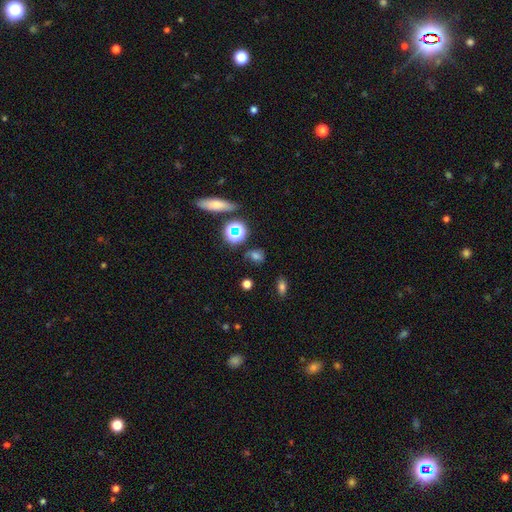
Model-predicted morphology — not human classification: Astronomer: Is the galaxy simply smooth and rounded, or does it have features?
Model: smooth — 56%.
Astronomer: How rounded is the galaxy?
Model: in between — 51% (runner-up: round, 46%).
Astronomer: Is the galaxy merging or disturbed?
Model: none — 69%.